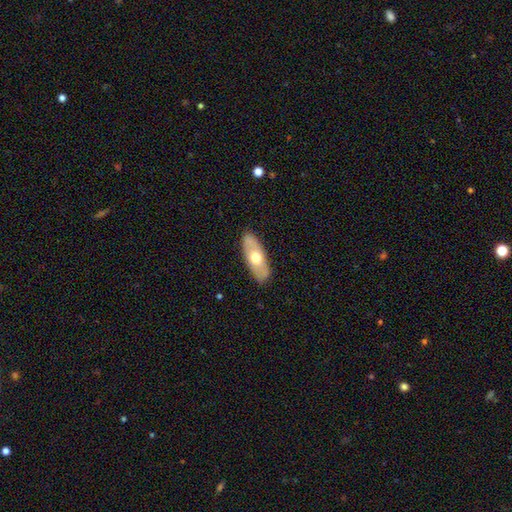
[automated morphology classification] This is possibly a smooth galaxy (49%). Merging: clearly none (87%).